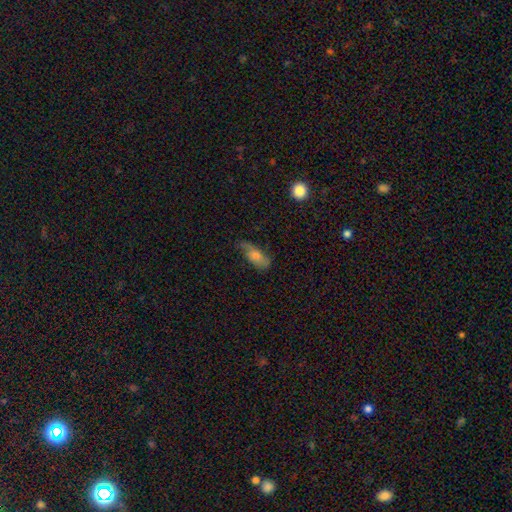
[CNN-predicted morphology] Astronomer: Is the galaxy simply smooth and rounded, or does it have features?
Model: smooth — 61%.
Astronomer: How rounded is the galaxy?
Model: in between — 79%.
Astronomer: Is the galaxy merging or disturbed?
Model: none — 50% (runner-up: minor disturbance, 34%).